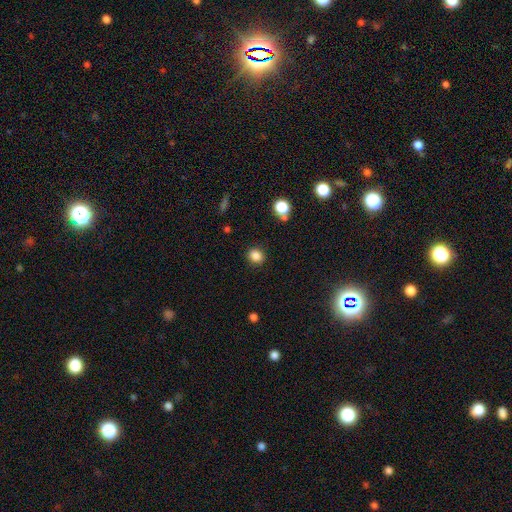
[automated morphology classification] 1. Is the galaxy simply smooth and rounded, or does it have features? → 85% smooth, 11% star or artifact, 4% featured or disk.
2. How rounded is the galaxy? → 74% round, 25% in between, 1% cigar-shaped.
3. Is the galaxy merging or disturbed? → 88% none, 8% minor disturbance, 3% major disturbance, 2% merger.